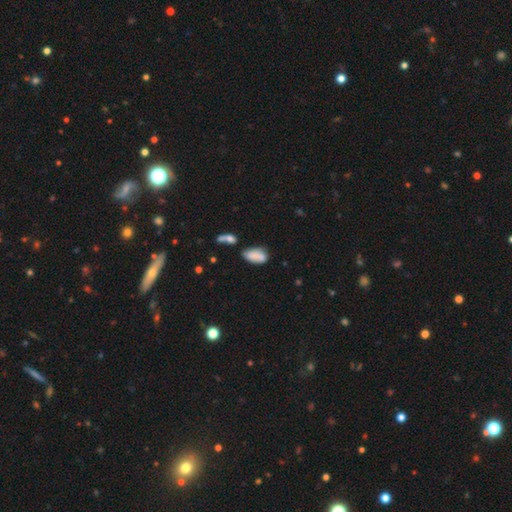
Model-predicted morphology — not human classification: Overall: smooth (77%). How rounded: in between (90%). Merging: none (47%; minor disturbance 24%).